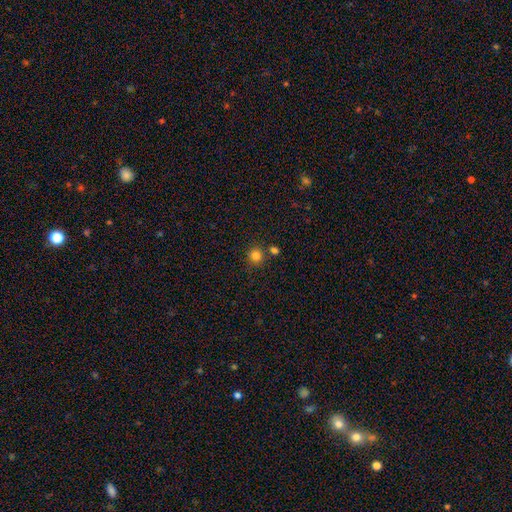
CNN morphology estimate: smooth 81%, star or artifact 14%, featured or disk 5%. Down the decision tree: how rounded — round (92%); merging — none (78%).